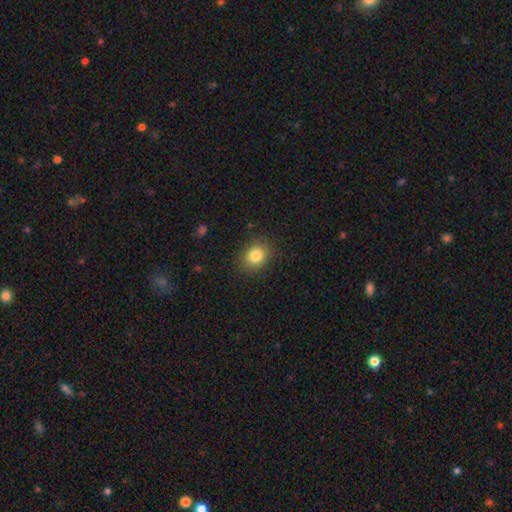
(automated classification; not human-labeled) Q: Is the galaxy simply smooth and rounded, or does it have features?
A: smooth — 83%.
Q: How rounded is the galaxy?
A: round — 57%.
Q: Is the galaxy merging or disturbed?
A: none — 86%.